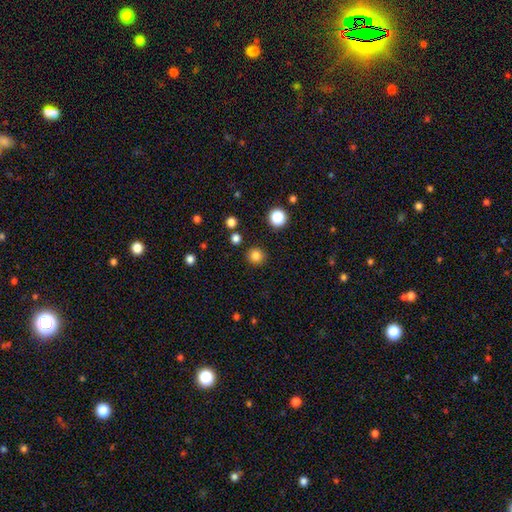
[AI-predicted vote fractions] Smooth or featured: smooth — 82% (star or artifact — 13%)
How rounded: round — 93% (in between — 7%)
Merging: none — 90% (minor disturbance — 6%)